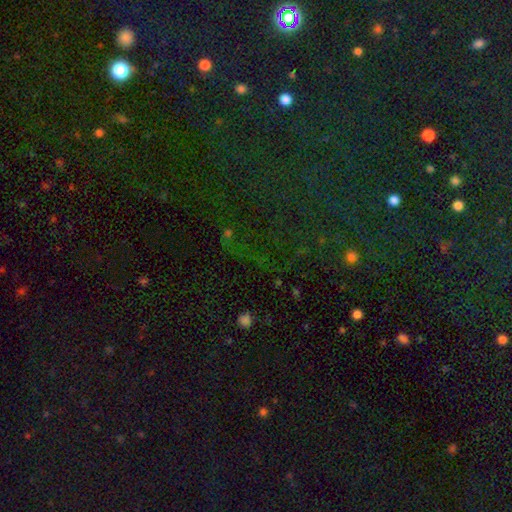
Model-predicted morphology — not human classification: smooth-or-featured: star or artifact: 74% | smooth: 16% | featured or disk: 10%